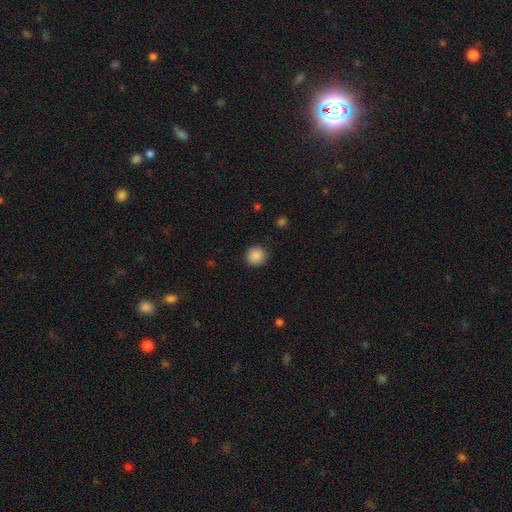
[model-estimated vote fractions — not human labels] Smooth or featured? smooth (88%)
How rounded? round (93%)
Merging? none (90%)